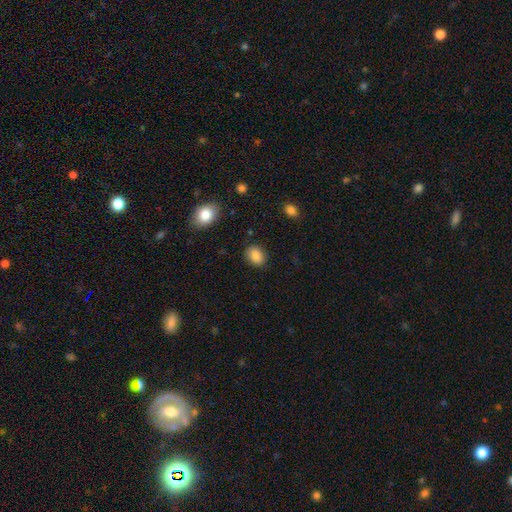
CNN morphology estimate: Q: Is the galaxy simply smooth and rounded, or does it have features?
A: smooth — 87%.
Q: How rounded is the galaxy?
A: in between — 68%.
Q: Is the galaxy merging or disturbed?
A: none — 84%.